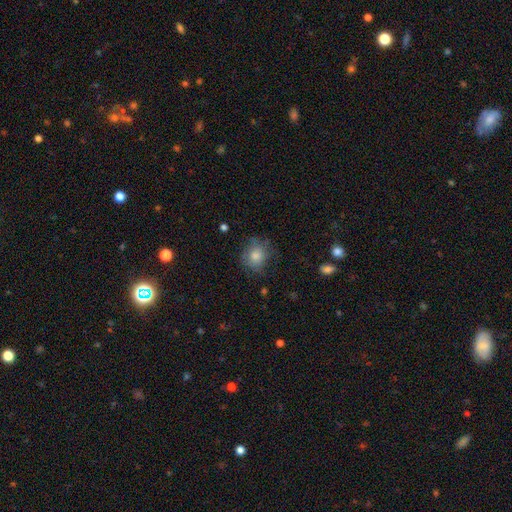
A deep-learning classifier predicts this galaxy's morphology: Smooth or featured? Predicted: smooth (p=0.71). How rounded? Predicted: round (p=0.79). Merging? Predicted: none (p=0.72).